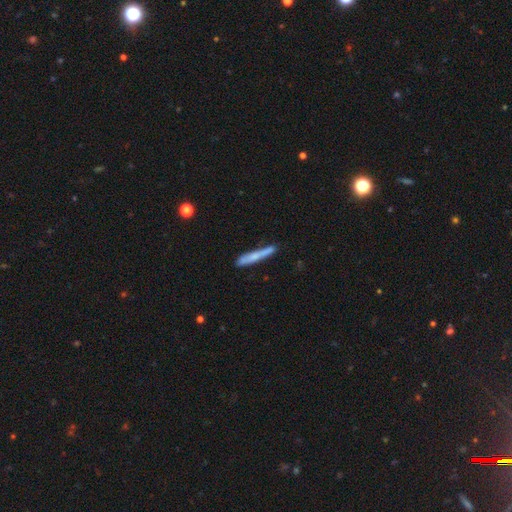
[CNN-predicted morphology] This is possibly a smooth galaxy (59%). How rounded: clearly cigar-shaped (95%). Merging: likely none (77%).